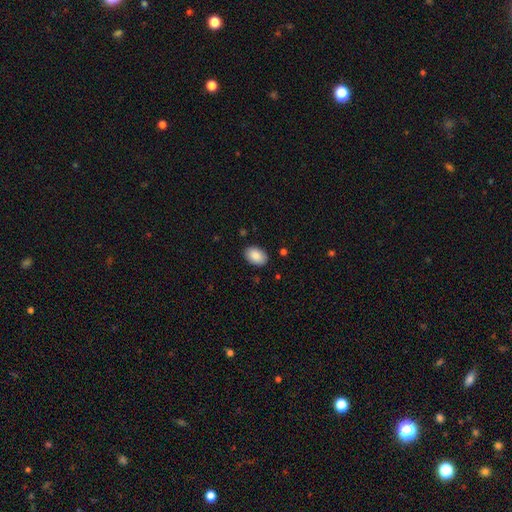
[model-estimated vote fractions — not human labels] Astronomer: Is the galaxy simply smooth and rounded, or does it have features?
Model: smooth — 89%.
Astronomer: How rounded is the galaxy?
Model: in between — 86%.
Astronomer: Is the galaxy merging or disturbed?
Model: none — 87%.